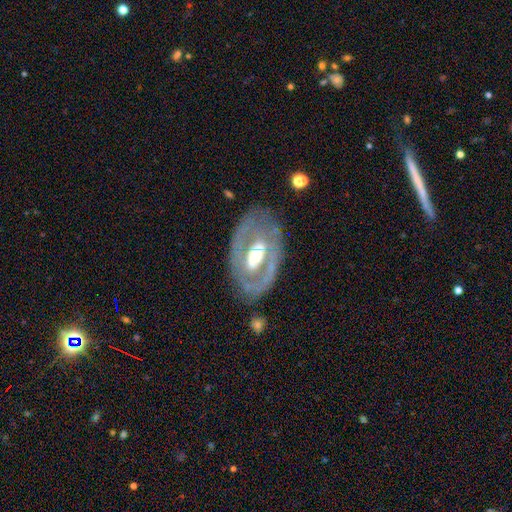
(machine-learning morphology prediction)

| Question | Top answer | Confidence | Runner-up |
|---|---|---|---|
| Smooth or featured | featured or disk | 76% | smooth (18%) |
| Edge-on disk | no | 93% | yes (7%) |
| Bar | no | 49% | weak (32%) |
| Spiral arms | no | 54% | yes (46%) |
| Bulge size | moderate | 68% | large (16%) |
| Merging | none | 72% | minor disturbance (17%) |